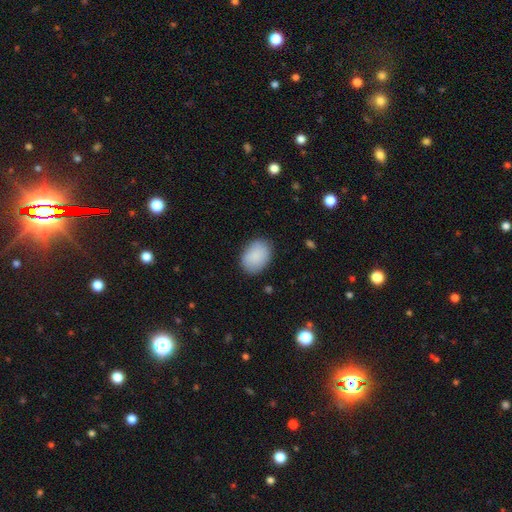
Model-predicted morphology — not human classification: This appears to be a smooth galaxy with no disk features (89%) that is in between round and cigar-shaped (77%). Merging: none (84%).